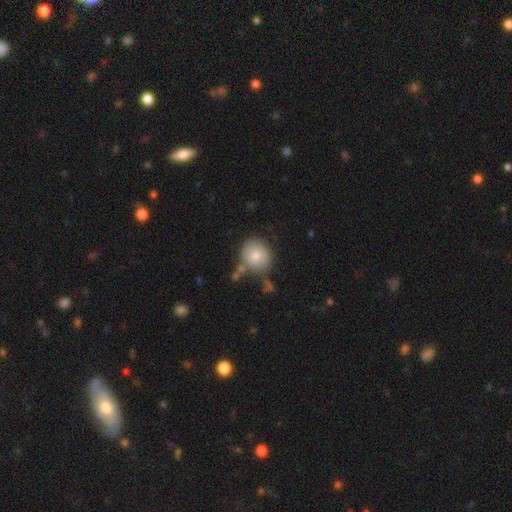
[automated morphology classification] A smooth galaxy with no disk features (79%) that is round (83%). Merging: none (64%).